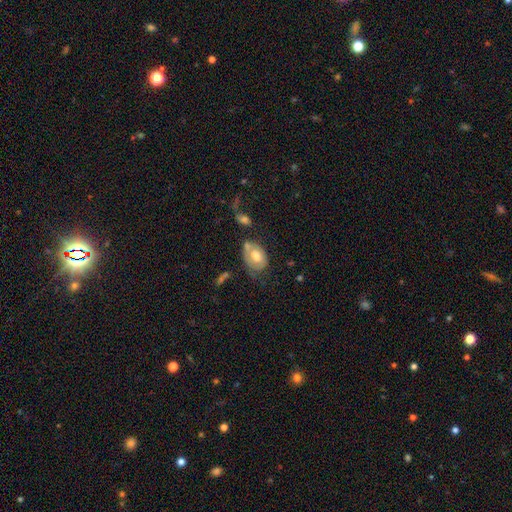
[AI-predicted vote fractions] Smooth or featured? Predicted: smooth (p=0.56). How rounded? Predicted: in between (p=0.77). Merging? Predicted: none (p=0.36).